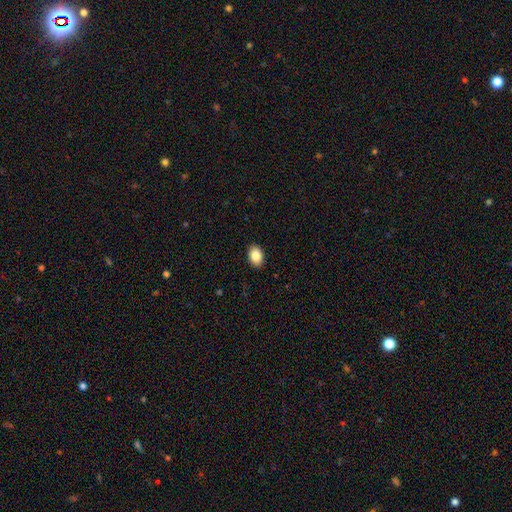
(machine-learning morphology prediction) This is clearly a smooth galaxy (86%). How rounded: clearly in between (81%). Merging: clearly none (91%).